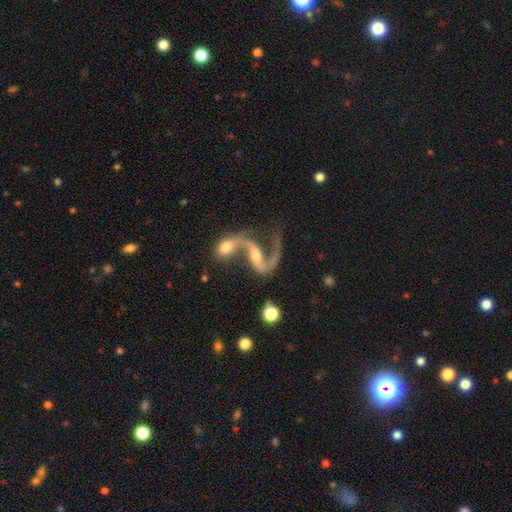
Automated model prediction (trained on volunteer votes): Smooth or featured? featured or disk (87%)
Edge-on disk? no (95%)
Bar? weak (37%)
Spiral arms? yes (94%)
Spiral winding? loose (80%)
Spiral arm count? 2 (87%)
Bulge size? moderate (47%)
Merging? merger (45%)